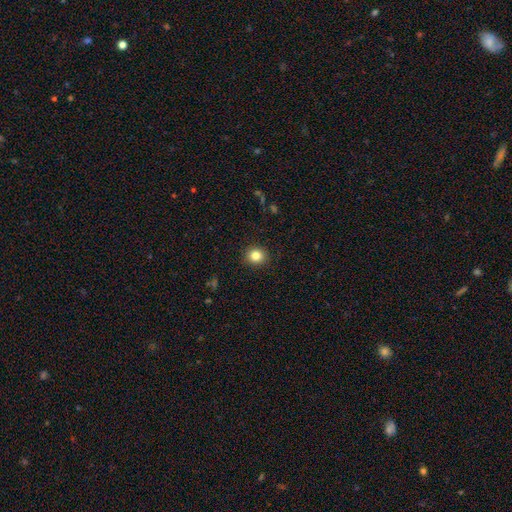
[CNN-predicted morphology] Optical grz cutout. It shows a smooth galaxy with no disk features (83%) that is round (84%). Merging: none (91%).